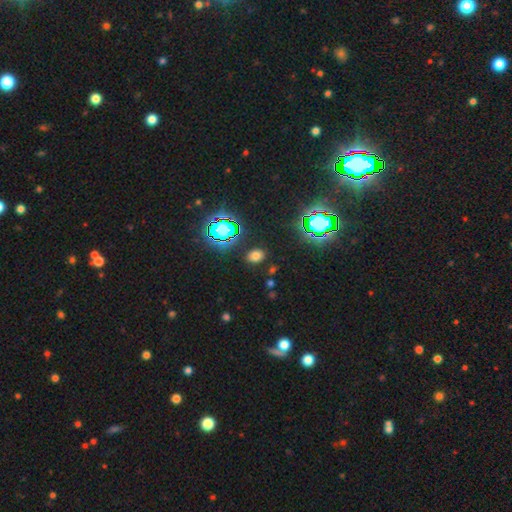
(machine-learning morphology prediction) A smooth galaxy with no disk features (63%) that is in between round and cigar-shaped (62%).

Vote fractions:
- Smooth or featured? smooth: 63% / star or artifact: 30% / featured or disk: 7%
- How rounded? in between: 62% / round: 37% / cigar-shaped: 1%
- Merging? none: 87% / minor disturbance: 8% / major disturbance: 3% / merger: 2%